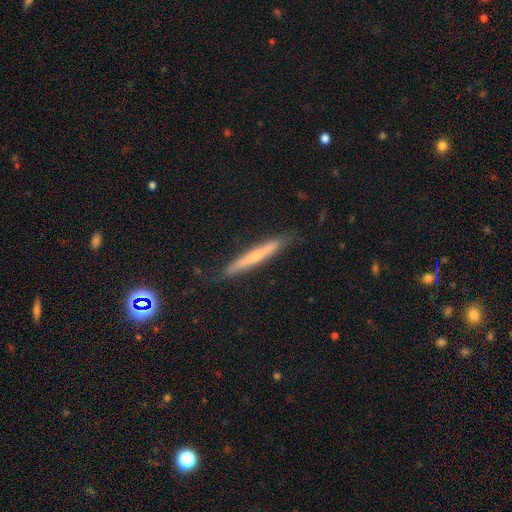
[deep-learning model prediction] A featured or disk galaxy (51%) viewed edge-on (93%). Merging: none (83%).